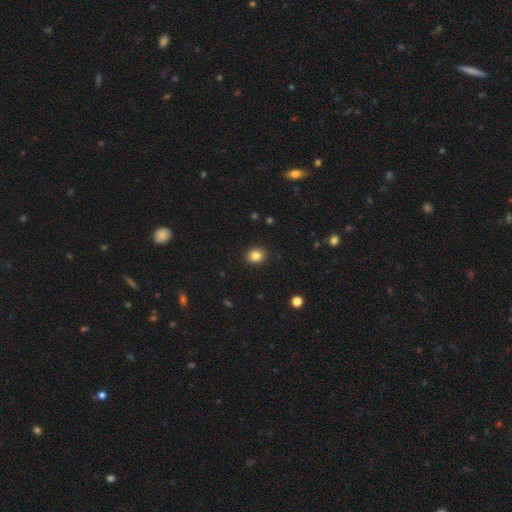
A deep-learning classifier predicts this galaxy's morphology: smooth 84%, star or artifact 11%, featured or disk 5%. Down the decision tree: how rounded — round (71%); merging — none (91%).